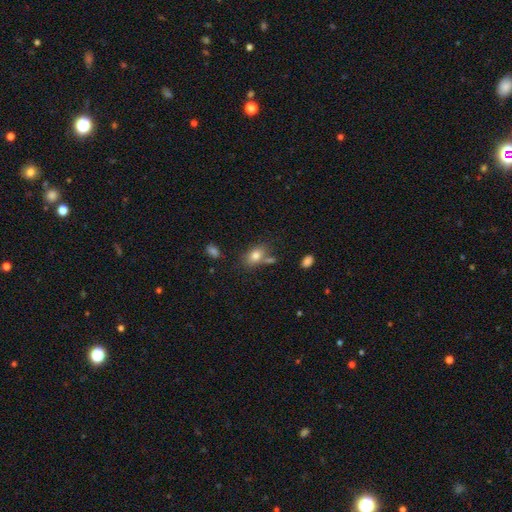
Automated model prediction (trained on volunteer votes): Morphology: type=smooth (79%); roundness=in between (79%); merging=none (61%).